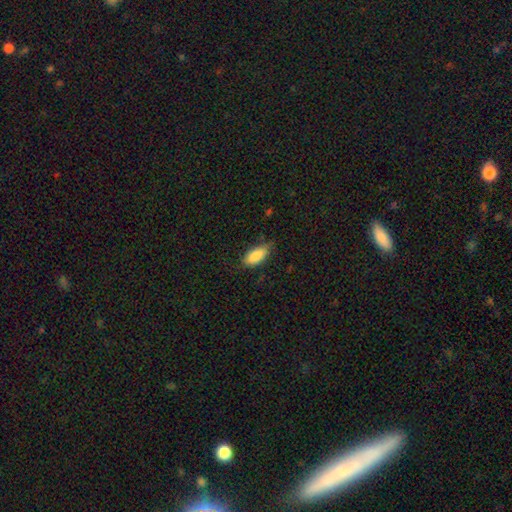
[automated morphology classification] Smooth or featured: smooth — 86% (featured or disk — 7%)
How rounded: in between — 88% (cigar-shaped — 10%)
Merging: none — 72% (minor disturbance — 23%)